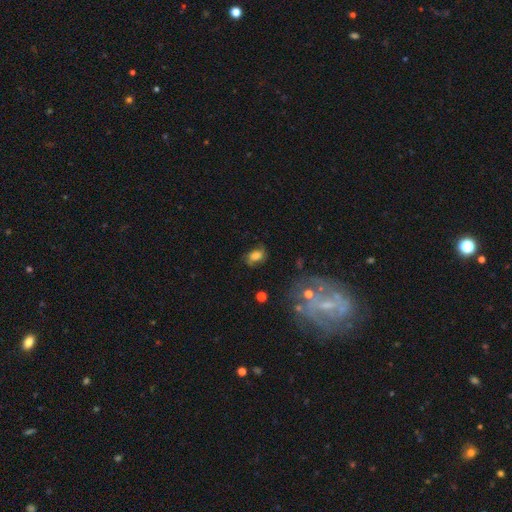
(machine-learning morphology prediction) type=smooth (59%); roundness=in between (73%); merging=none (59%).